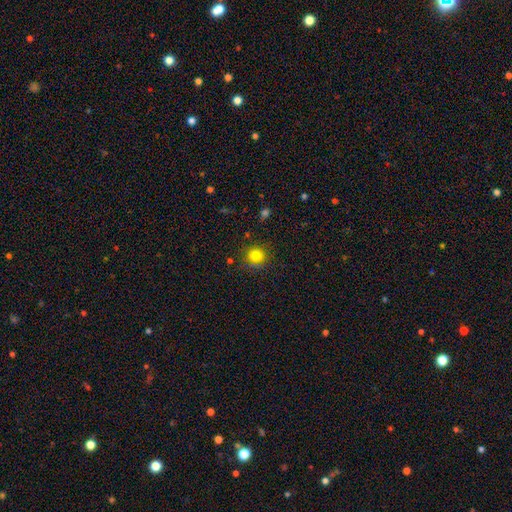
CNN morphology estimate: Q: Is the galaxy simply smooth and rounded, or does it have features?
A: smooth — 82%.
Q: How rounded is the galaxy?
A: round — 90%.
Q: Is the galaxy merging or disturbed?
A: none — 83%.